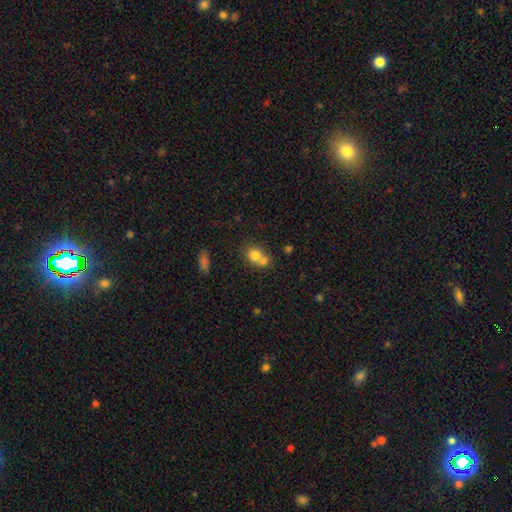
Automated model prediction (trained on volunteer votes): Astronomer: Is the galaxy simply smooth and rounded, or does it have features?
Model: smooth — 76%.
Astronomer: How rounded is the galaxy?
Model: round — 65%.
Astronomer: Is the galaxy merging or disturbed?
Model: merger — 57% (runner-up: none, 32%).